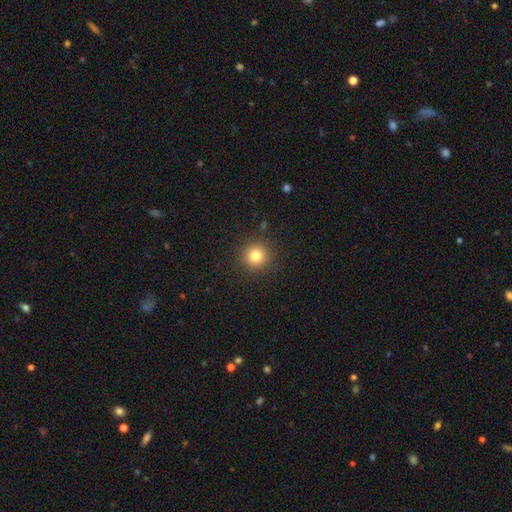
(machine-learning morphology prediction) smooth-or-featured: smooth: 80% | star or artifact: 13% | featured or disk: 7%
  how-rounded: round: 94% | in between: 5% | cigar-shaped: 1%
  merging: none: 90% | minor disturbance: 6% | major disturbance: 2% | merger: 1%